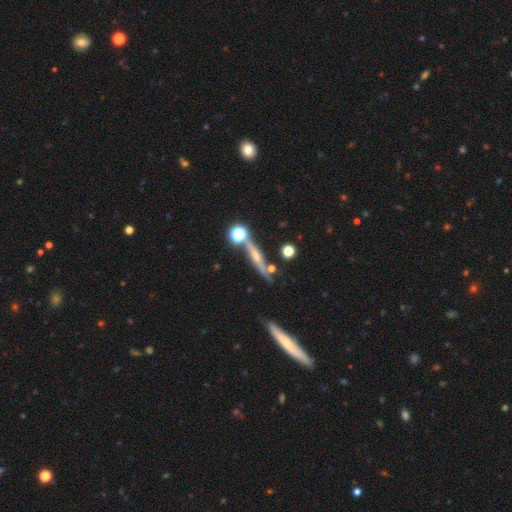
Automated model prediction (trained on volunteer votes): The model was most divided on "smooth or featured": featured or disk: 64%, smooth: 24%, star or artifact: 12%. More confident: edge-on disk — yes (90%); edge-on bulge — rounded (73%); merging — none (72%).